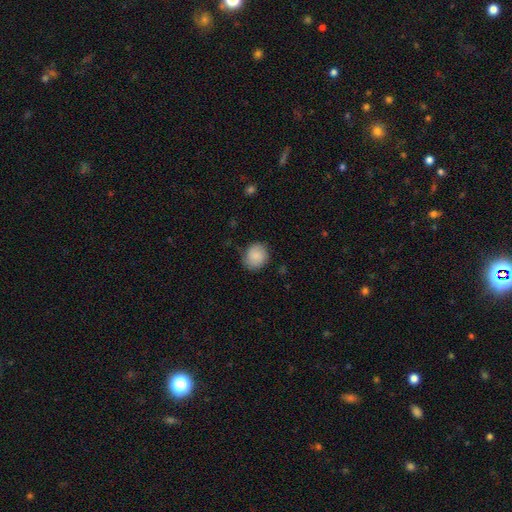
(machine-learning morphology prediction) A smooth galaxy with no disk features (85%) that is round (79%). Merging: none (79%).